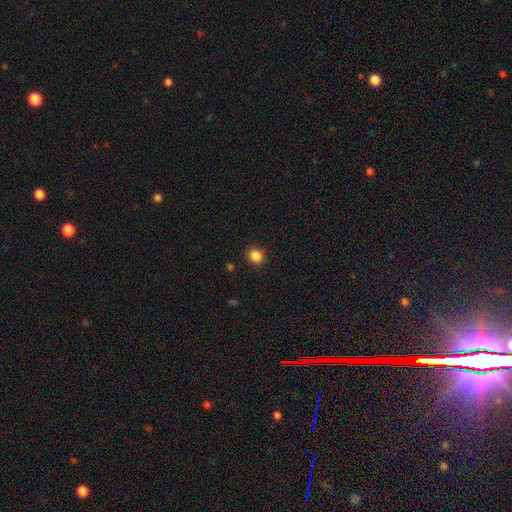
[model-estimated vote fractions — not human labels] The model was most divided on "how rounded": round: 81%, in between: 18%, cigar-shaped: 1%. More confident: merging — none (89%); smooth or featured — smooth (86%).